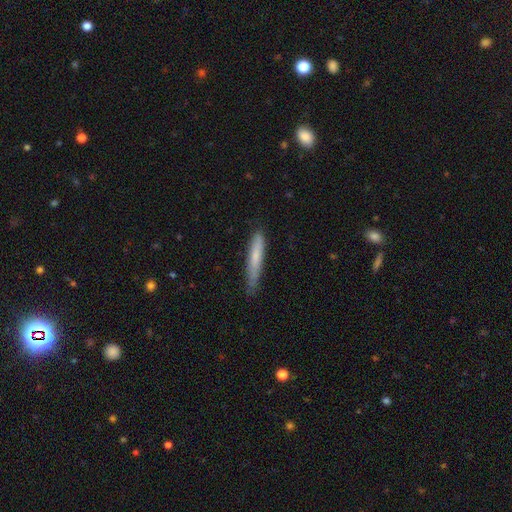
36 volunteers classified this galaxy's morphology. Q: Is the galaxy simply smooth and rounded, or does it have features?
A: smooth — 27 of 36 (75%).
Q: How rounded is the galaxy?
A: cigar-shaped — 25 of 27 (93%).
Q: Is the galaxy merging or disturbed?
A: none — 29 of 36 (81%).